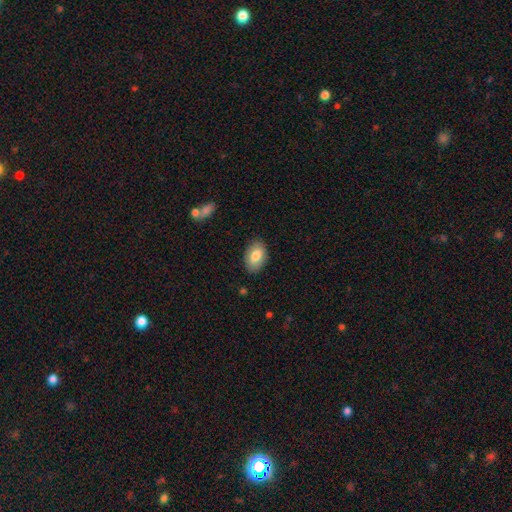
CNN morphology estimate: A smooth galaxy with no disk features (83%) that is in between round and cigar-shaped (90%). Merging: none (85%).